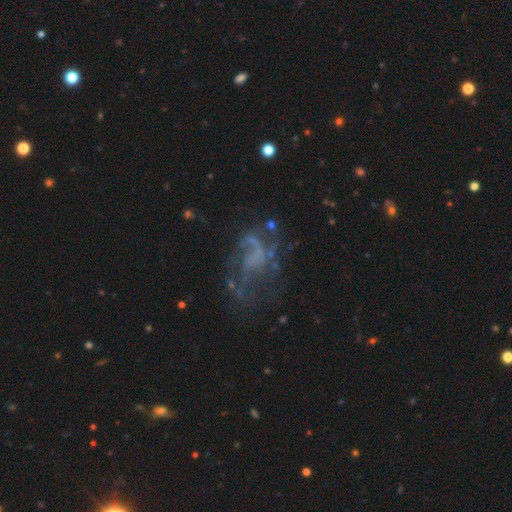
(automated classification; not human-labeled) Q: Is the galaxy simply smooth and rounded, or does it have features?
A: featured or disk — 65%.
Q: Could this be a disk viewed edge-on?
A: no — 97%.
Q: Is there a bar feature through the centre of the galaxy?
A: no — 76%.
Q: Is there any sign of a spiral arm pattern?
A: yes — 53%.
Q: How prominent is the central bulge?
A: none — 76%.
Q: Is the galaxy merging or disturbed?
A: none — 41%.